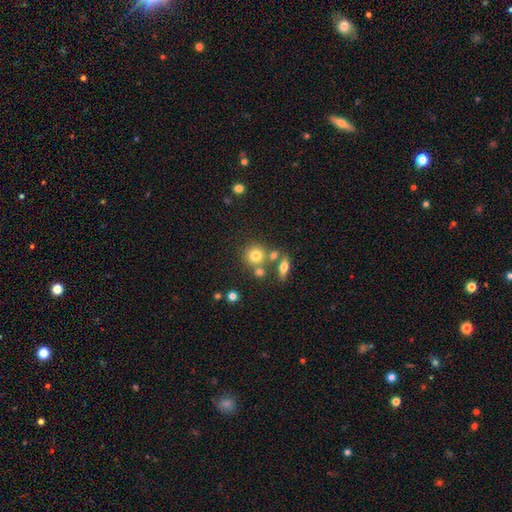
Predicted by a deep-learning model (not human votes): A smooth galaxy with no disk features (76%) that is round (86%). Merging: none (63%).